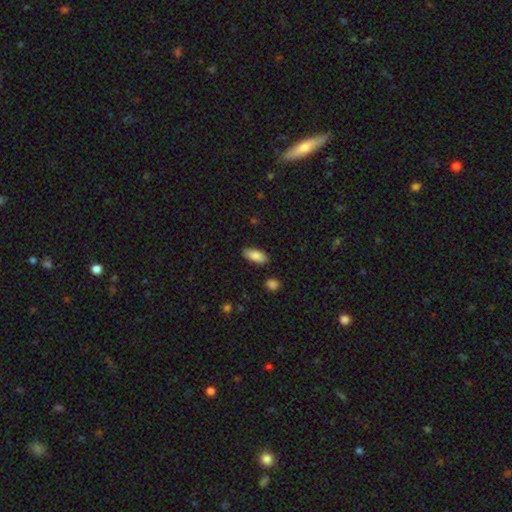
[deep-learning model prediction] smooth-or-featured: smooth: 85% | featured or disk: 8% | star or artifact: 7%
  how-rounded: in between: 89% | cigar-shaped: 9% | round: 2%
  merging: none: 86% | minor disturbance: 10% | major disturbance: 2% | merger: 2%